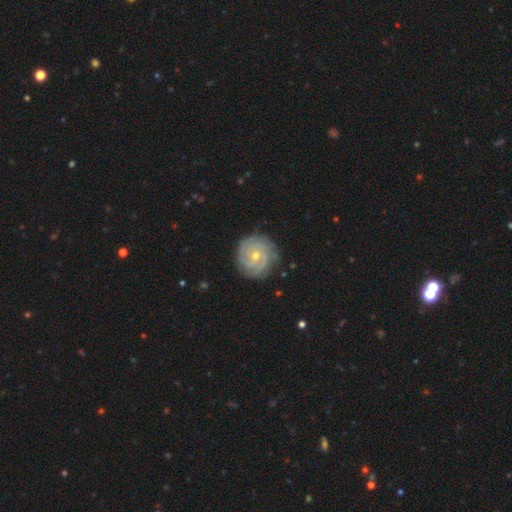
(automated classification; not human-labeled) Smooth or featured? Predicted: featured or disk (p=0.81). Edge-on disk? Predicted: no (p=0.98). Bar? Predicted: no (p=0.67). Spiral arms? Predicted: yes (p=0.94). Spiral winding? Predicted: tight (p=0.75). Spiral arm count? Predicted: can't tell (p=0.32). Bulge size? Predicted: small (p=0.54). Merging? Predicted: none (p=0.82).